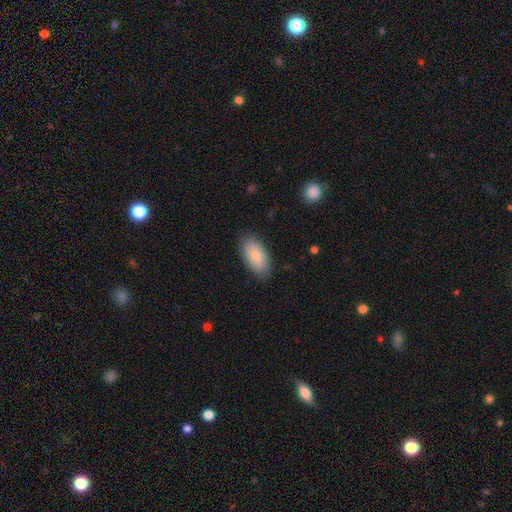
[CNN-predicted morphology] Smooth or featured? smooth (81%)
How rounded? in between (94%)
Merging? none (84%)